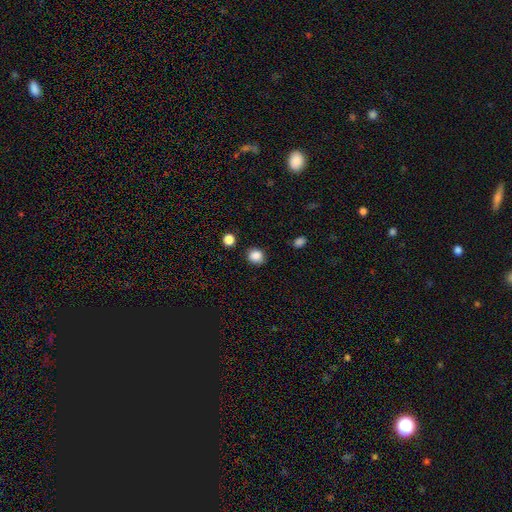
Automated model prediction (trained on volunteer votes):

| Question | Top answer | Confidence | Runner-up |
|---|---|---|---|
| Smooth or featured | smooth | 86% | star or artifact (10%) |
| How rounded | round | 81% | in between (18%) |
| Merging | none | 85% | minor disturbance (10%) |